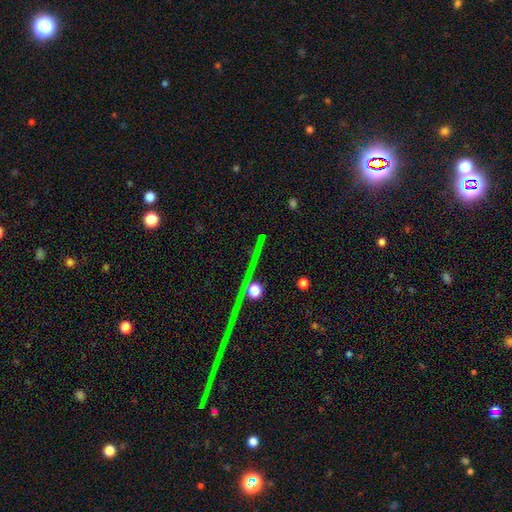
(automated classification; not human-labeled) smooth-or-featured: star or artifact: 65% | featured or disk: 18% | smooth: 17%